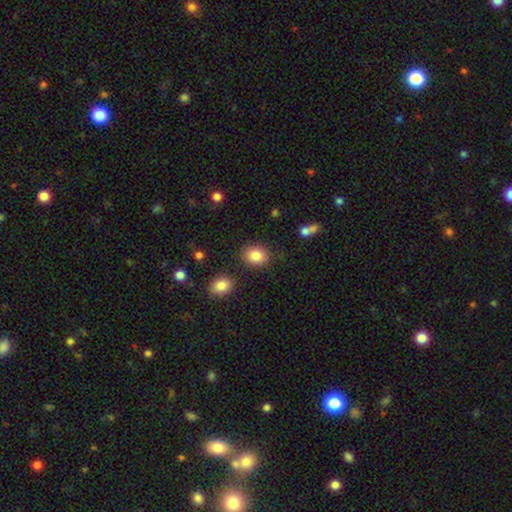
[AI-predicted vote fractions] Q: Smooth or featured?
A: smooth (85%); runner-up: star or artifact (9%)
Q: How rounded?
A: round (53%); runner-up: in between (46%)
Q: Merging?
A: none (85%); runner-up: minor disturbance (9%)